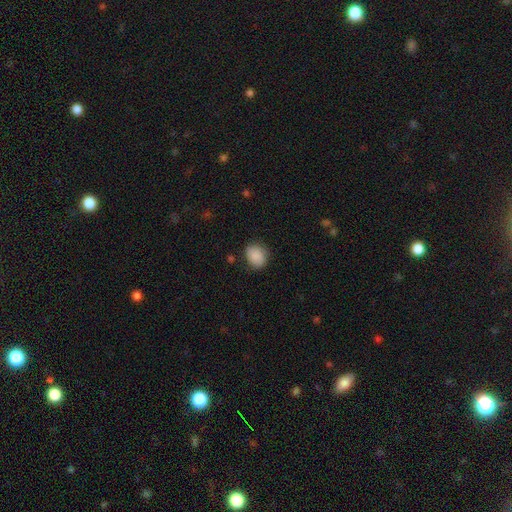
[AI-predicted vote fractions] Smooth or featured? smooth (86%)
How rounded? round (54%)
Merging? none (75%)